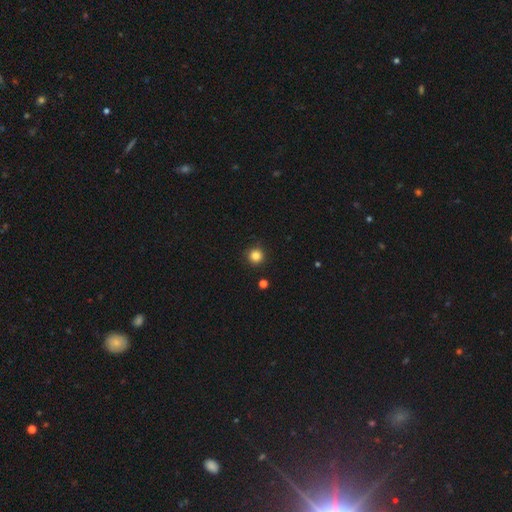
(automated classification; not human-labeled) This is clearly a smooth galaxy (84%). How rounded: clearly round (95%). Merging: clearly none (91%).